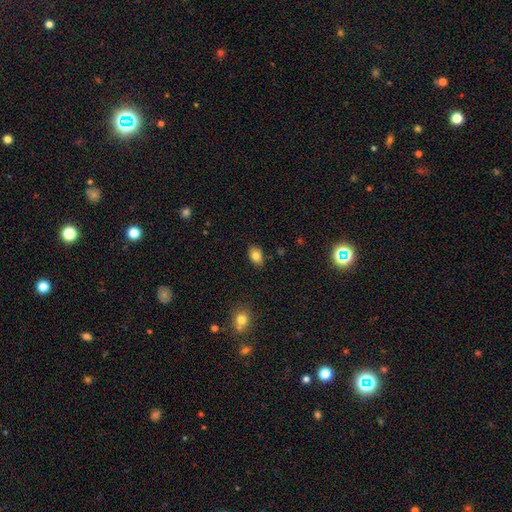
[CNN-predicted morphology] smooth-or-featured: smooth: 80% | featured or disk: 10% | star or artifact: 9%
  how-rounded: in between: 85% | round: 13% | cigar-shaped: 2%
  merging: none: 85% | minor disturbance: 11% | major disturbance: 2% | merger: 2%